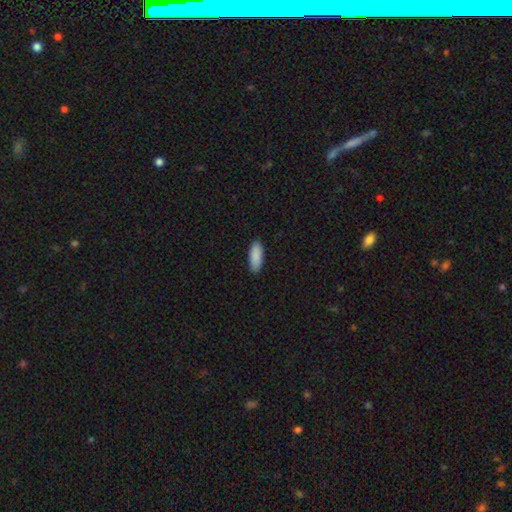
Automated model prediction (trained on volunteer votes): This is clearly a smooth galaxy (91%). How rounded: likely in between (78%). Merging: clearly none (89%).